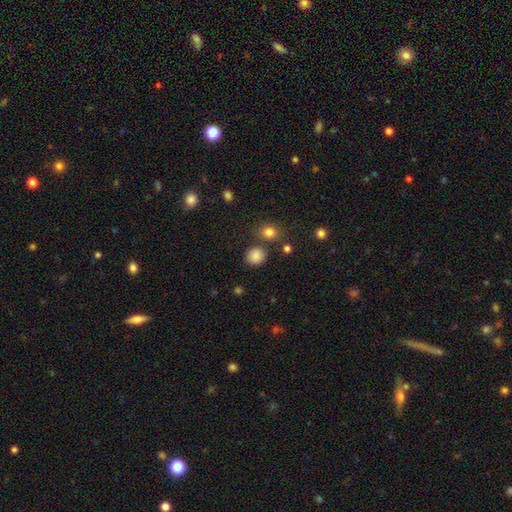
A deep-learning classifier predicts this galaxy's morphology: smooth_or_featured: smooth (p=0.85) [alt: star or artifact p=0.11]
how_rounded: round (p=0.84) [alt: in between p=0.16]
merging: none (p=0.81) [alt: minor disturbance p=0.10]